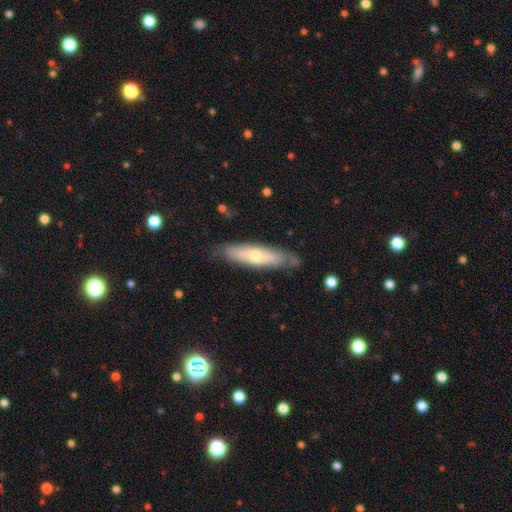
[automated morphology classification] A smooth galaxy with no disk features (48%). Merging: none (76%).